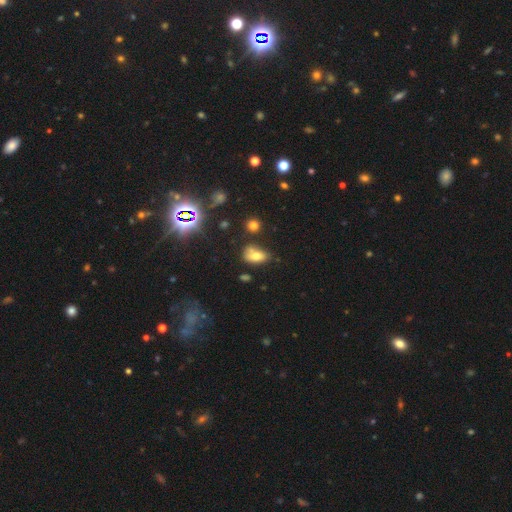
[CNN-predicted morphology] smooth-or-featured: smooth: 68% | star or artifact: 16% | featured or disk: 16%
  how-rounded: in between: 85% | round: 13% | cigar-shaped: 3%
  merging: none: 45% | minor disturbance: 26% | merger: 18% | major disturbance: 11%